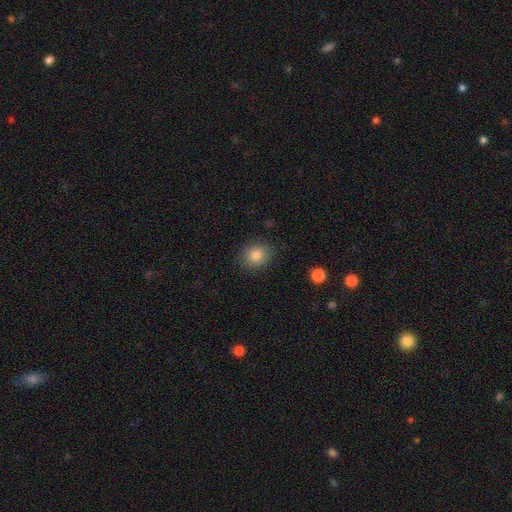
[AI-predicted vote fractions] smooth-or-featured: smooth: 83% | star or artifact: 10% | featured or disk: 7%
  how-rounded: round: 62% | in between: 37% | cigar-shaped: 1%
  merging: none: 86% | minor disturbance: 10% | major disturbance: 3% | merger: 1%